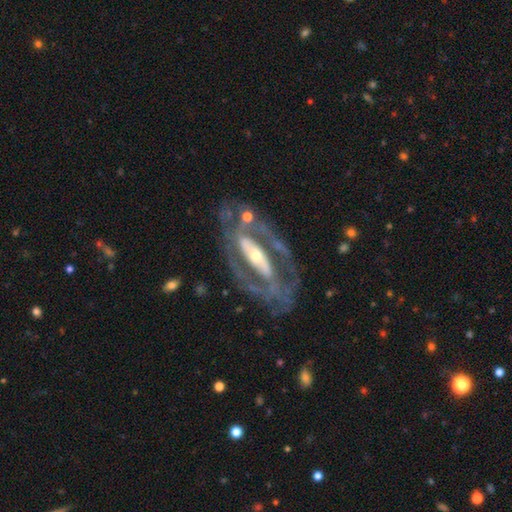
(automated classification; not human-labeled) The model was most divided on "bulge size" (2-way tie): moderate: 45%, small: 45%, large: 7%, dominant: 2%, none: 1%. Remaining: edge-on disk — no (90%); smooth or featured — featured or disk (86%); spiral arm count — 2 (78%); spiral arms — yes (78%); merging — none (65%); bar — strong (61%); spiral winding — tight (43%).